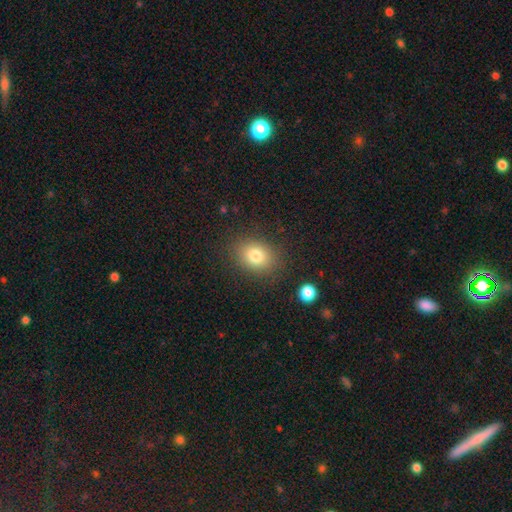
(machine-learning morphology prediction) The model was most divided on "how rounded": in between: 56%, round: 43%, cigar-shaped: 1%. More confident: merging — none (84%); smooth or featured — smooth (79%).